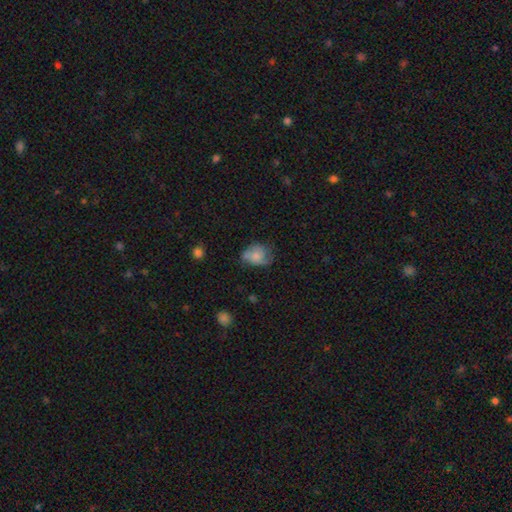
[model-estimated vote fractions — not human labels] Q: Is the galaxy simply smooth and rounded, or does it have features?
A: smooth — 67%.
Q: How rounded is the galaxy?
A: in between — 63%.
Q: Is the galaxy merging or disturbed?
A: none — 48%.